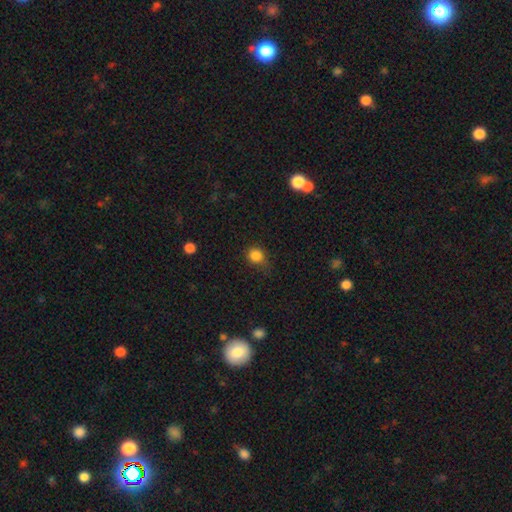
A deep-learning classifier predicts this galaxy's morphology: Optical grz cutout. It shows a smooth galaxy with no disk features (83%) that is round (79%). Merging: none (66%).